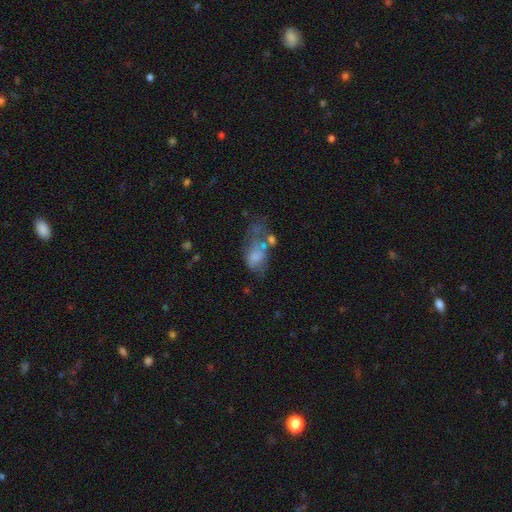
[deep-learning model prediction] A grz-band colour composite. It shows a smooth galaxy with no disk features (58%) that is in between round and cigar-shaped (87%). Merging: major disturbance (38%).